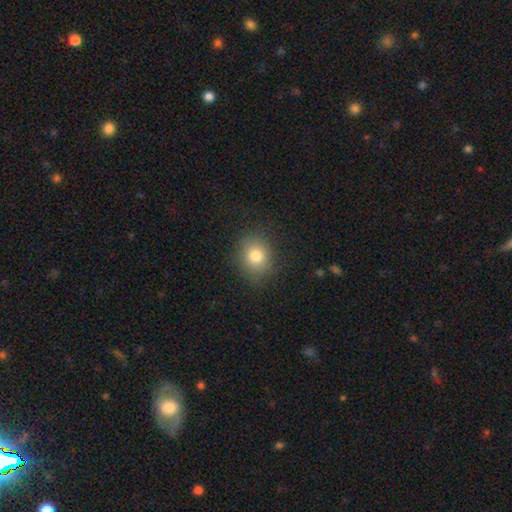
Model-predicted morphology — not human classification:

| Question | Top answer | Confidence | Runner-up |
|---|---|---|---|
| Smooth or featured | smooth | 79% | star or artifact (12%) |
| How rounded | round | 68% | in between (31%) |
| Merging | none | 86% | minor disturbance (10%) |